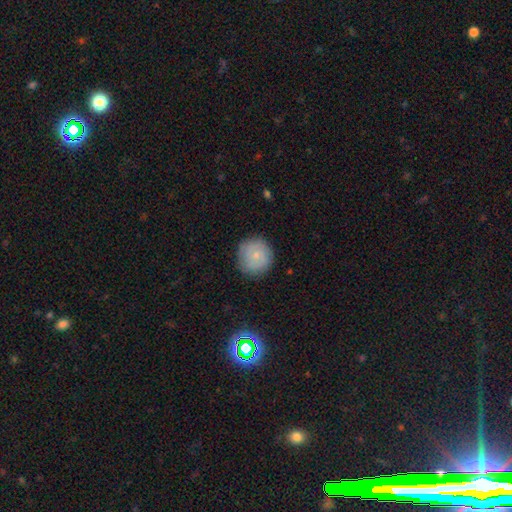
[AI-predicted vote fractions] Q: Smooth or featured?
A: smooth (71%); runner-up: featured or disk (21%)
Q: How rounded?
A: round (94%); runner-up: in between (5%)
Q: Merging?
A: none (83%); runner-up: minor disturbance (12%)